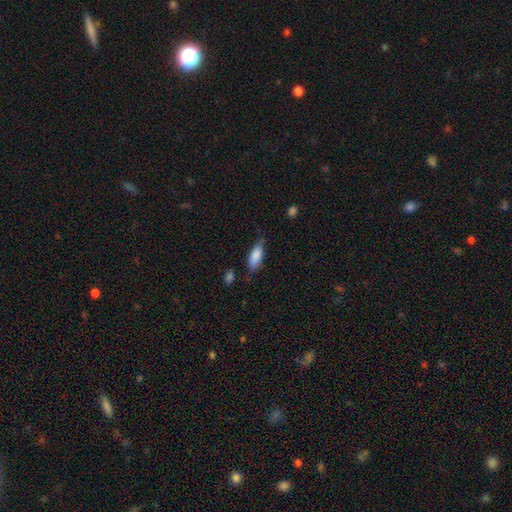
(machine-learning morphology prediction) A smooth galaxy with no disk features (85%) that is in between round and cigar-shaped (75%).

Vote fractions:
- Smooth or featured? smooth: 85% / featured or disk: 9% / star or artifact: 6%
- How rounded? in between: 75% / cigar-shaped: 23% / round: 2%
- Merging? none: 63% / minor disturbance: 28% / major disturbance: 6% / merger: 3%